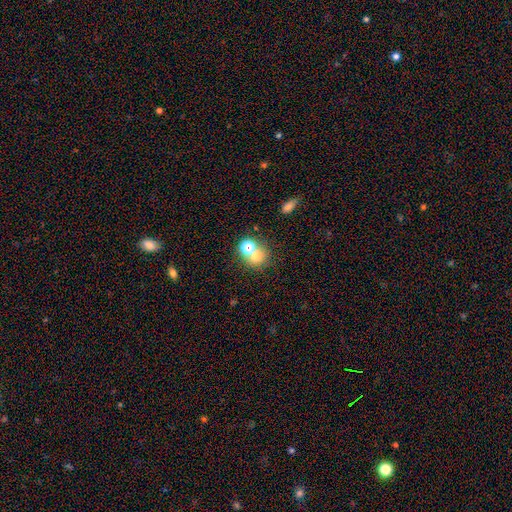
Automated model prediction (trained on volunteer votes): smooth-or-featured: smooth: 68% | star or artifact: 18% | featured or disk: 15%
  how-rounded: round: 80% | in between: 19% | cigar-shaped: 1%
  merging: none: 45% | merger: 44% | minor disturbance: 7% | major disturbance: 4%